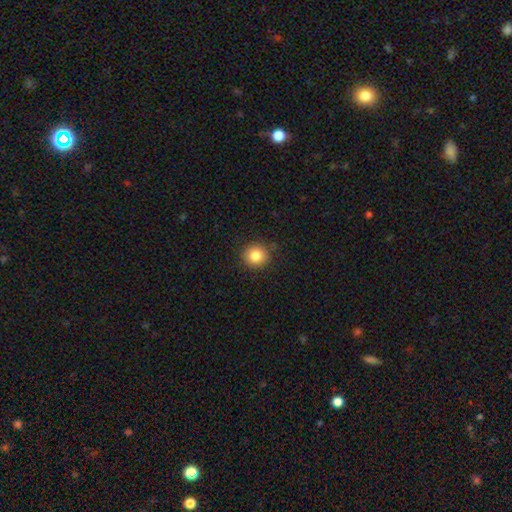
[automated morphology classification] smooth_or_featured: smooth (p=0.84) [alt: star or artifact p=0.10]
how_rounded: round (p=0.90) [alt: in between p=0.09]
merging: none (p=0.87) [alt: minor disturbance p=0.10]